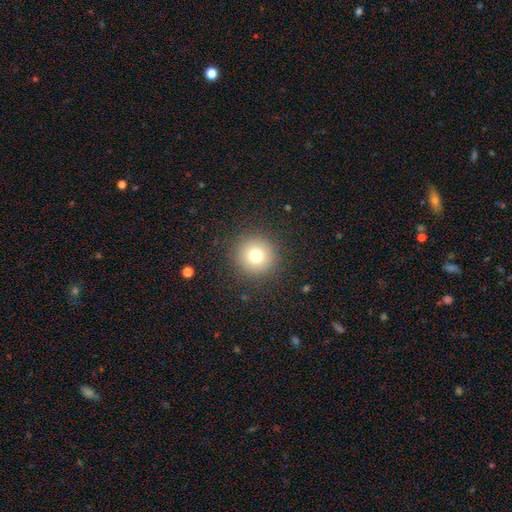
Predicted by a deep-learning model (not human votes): smooth-or-featured: smooth: 76% | star or artifact: 13% | featured or disk: 10%
  how-rounded: round: 96% | in between: 4% | cigar-shaped: 1%
  merging: none: 90% | minor disturbance: 6% | major disturbance: 3% | merger: 1%